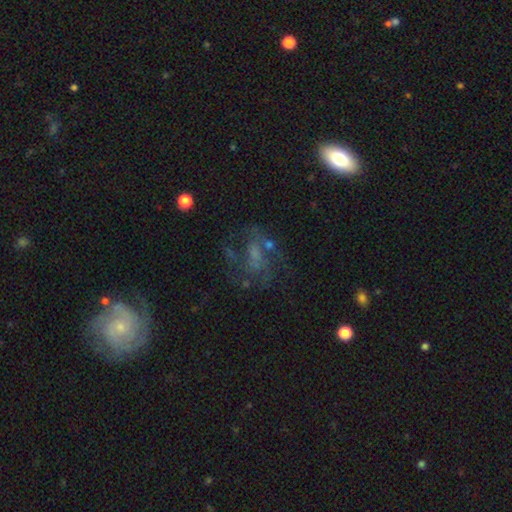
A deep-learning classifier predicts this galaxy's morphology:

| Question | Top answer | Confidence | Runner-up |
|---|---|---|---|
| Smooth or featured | featured or disk | 56% | smooth (25%) |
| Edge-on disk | no | 95% | yes (5%) |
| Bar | no | 59% | weak (31%) |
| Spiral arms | yes | 60% | no (40%) |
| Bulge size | none | 40% | small (31%) |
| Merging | none | 54% | major disturbance (22%) |